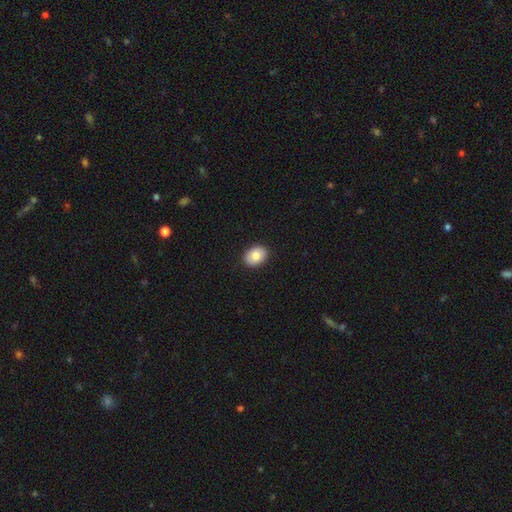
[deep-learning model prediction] This appears to be a smooth galaxy with no disk features (82%) that is in between round and cigar-shaped (70%). Merging: none (90%).